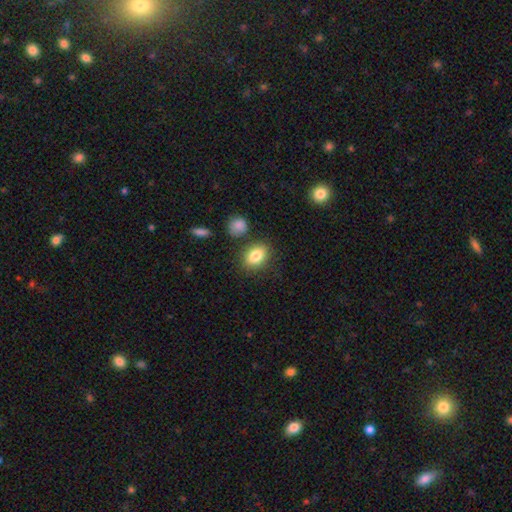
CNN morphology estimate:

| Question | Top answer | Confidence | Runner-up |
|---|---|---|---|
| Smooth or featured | smooth | 83% | featured or disk (8%) |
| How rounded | in between | 77% | round (22%) |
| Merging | none | 80% | minor disturbance (12%) |